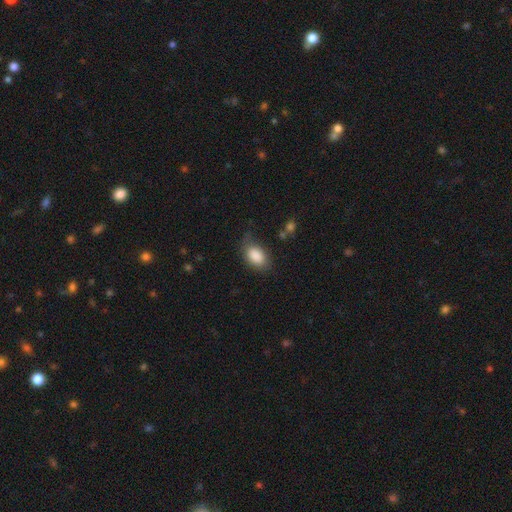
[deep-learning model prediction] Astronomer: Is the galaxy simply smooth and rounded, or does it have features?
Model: smooth — 87%.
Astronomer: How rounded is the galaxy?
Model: in between — 88%.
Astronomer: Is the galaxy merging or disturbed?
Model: none — 66%.